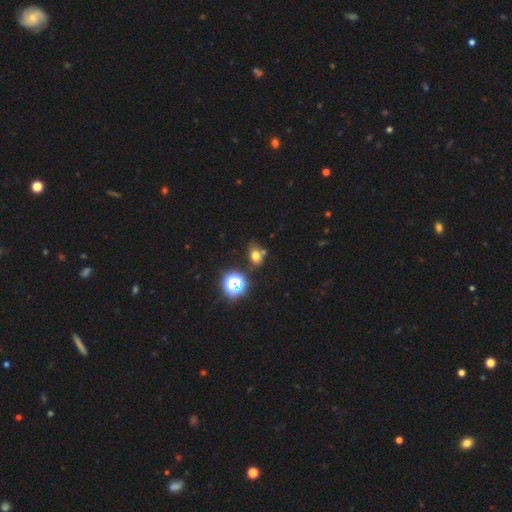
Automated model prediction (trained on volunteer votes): Smooth or featured? smooth (66%)
How rounded? in between (53%)
Merging? none (60%)